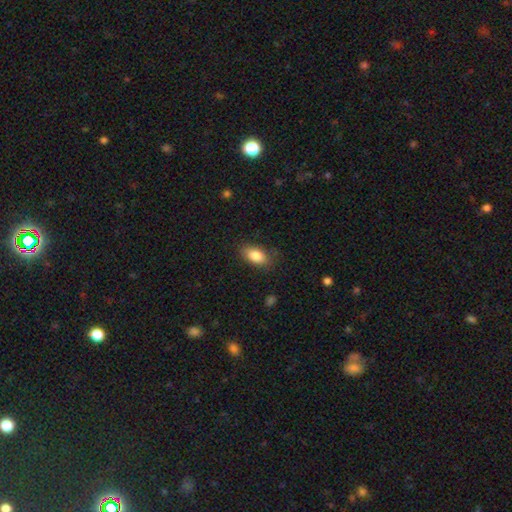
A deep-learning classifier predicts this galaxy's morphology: Smooth or featured? smooth (85%)
How rounded? in between (90%)
Merging? none (82%)